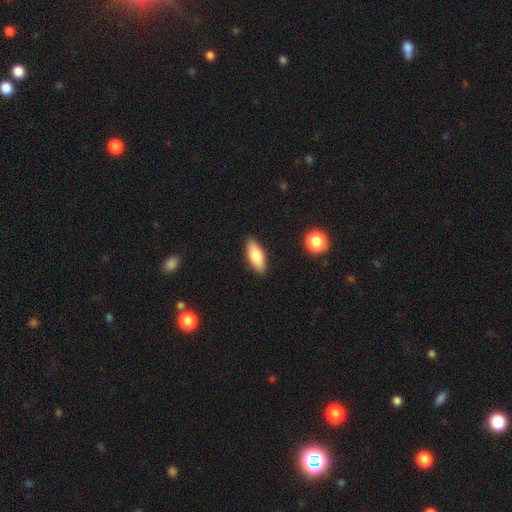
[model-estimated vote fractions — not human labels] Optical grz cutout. It shows a smooth galaxy with no disk features (77%) that is in between round and cigar-shaped (75%). Merging: none (88%).